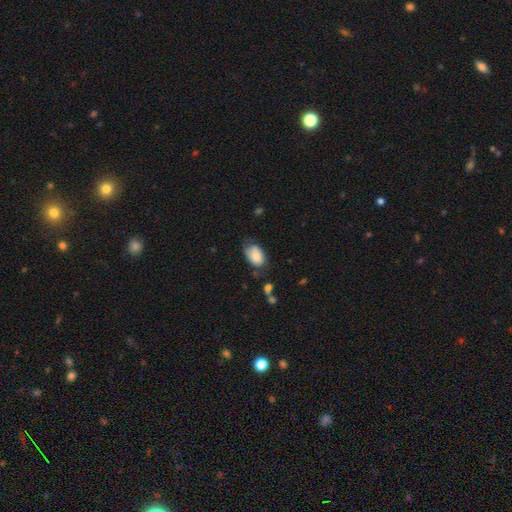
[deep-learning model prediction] The model was most divided on "merging": none: 53%, minor disturbance: 33%, major disturbance: 10%, merger: 3%. More confident: how rounded — in between (92%); smooth or featured — smooth (81%).